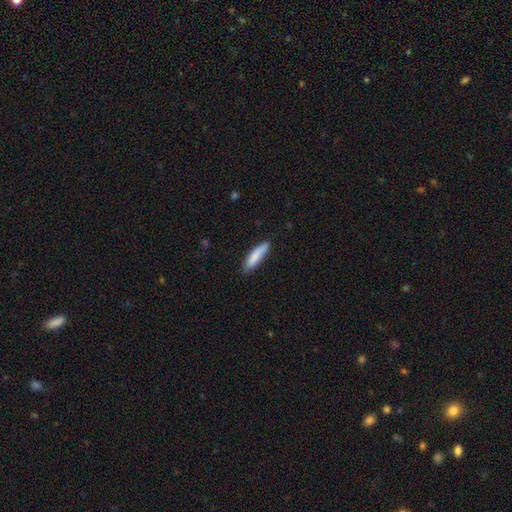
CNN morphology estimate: smooth-or-featured: smooth: 83% | featured or disk: 11% | star or artifact: 6%
  how-rounded: cigar-shaped: 72% | in between: 27% | round: 1%
  merging: none: 79% | minor disturbance: 17% | major disturbance: 2% | merger: 1%